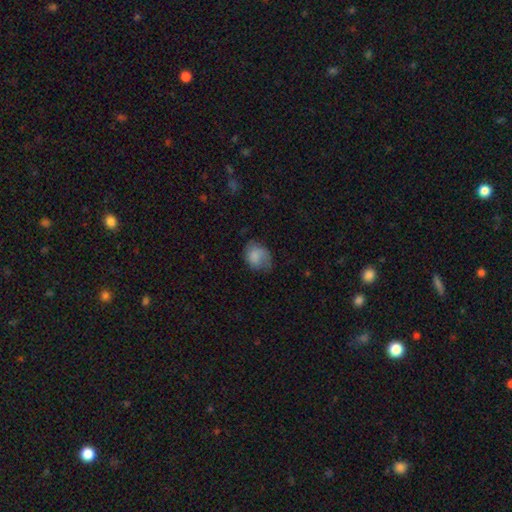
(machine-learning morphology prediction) Overall: smooth (76%). How rounded: in between (54%; round 45%). Merging: none (49%; minor disturbance 33%).